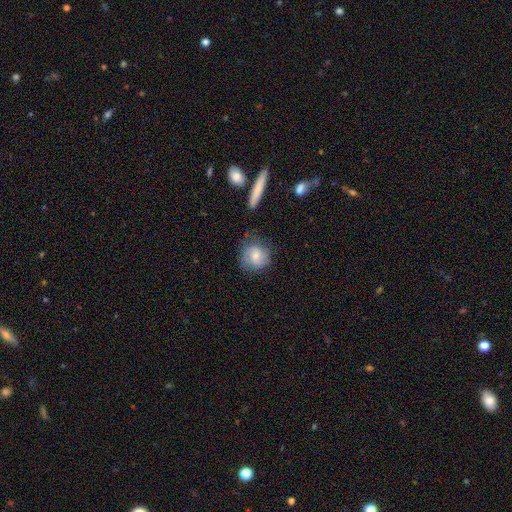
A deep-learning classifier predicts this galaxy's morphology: type=smooth (68%); roundness=round (81%); merging=none (67%).